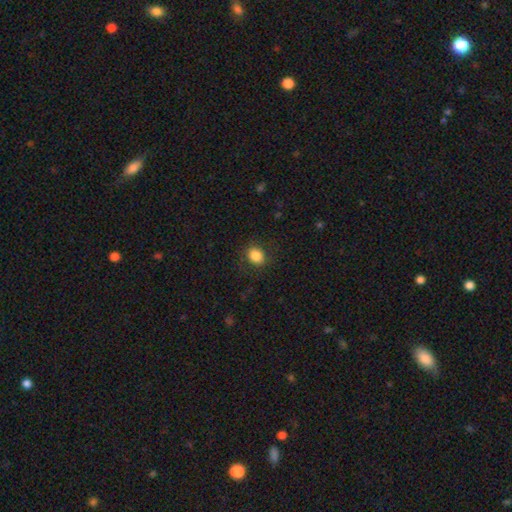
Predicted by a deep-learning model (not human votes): Q: Smooth or featured?
A: smooth (85%); runner-up: star or artifact (9%)
Q: How rounded?
A: round (52%); runner-up: in between (47%)
Q: Merging?
A: none (83%); runner-up: minor disturbance (11%)